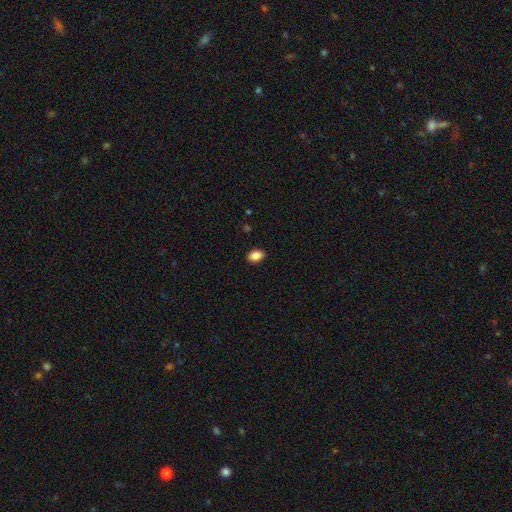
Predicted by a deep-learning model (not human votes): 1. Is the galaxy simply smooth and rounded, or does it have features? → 87% smooth, 8% star or artifact, 5% featured or disk.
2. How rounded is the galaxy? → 82% in between, 17% round, 1% cigar-shaped.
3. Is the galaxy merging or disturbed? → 89% none, 8% minor disturbance, 2% major disturbance, 1% merger.